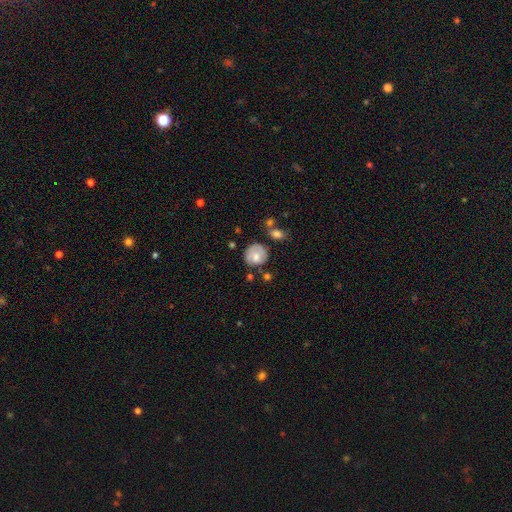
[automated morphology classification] A smooth galaxy with no disk features (62%) that is round (83%). Merging: none (62%).